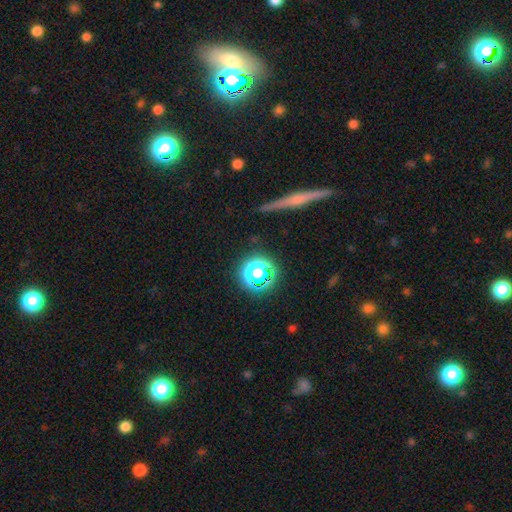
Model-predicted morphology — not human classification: type=featured or disk (48%); merging=none (90%).